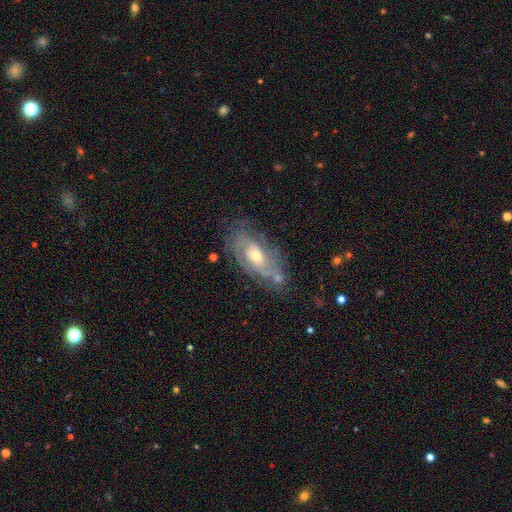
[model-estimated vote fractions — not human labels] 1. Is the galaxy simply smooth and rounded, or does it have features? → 82% featured or disk, 12% smooth, 6% star or artifact.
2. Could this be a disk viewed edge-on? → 94% no, 6% yes.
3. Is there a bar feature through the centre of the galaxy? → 69% no, 25% weak, 6% strong.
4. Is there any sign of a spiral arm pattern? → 91% yes, 9% no.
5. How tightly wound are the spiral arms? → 63% tight, 29% medium, 8% loose.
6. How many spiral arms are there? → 38% can't tell, 29% 2, 17% 3, 7% 4, 5% 1, 4% more than 4.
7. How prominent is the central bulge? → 51% moderate, 45% small, 2% large, 1% none, 1% dominant.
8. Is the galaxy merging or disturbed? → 65% none, 21% minor disturbance, 9% major disturbance, 4% merger.